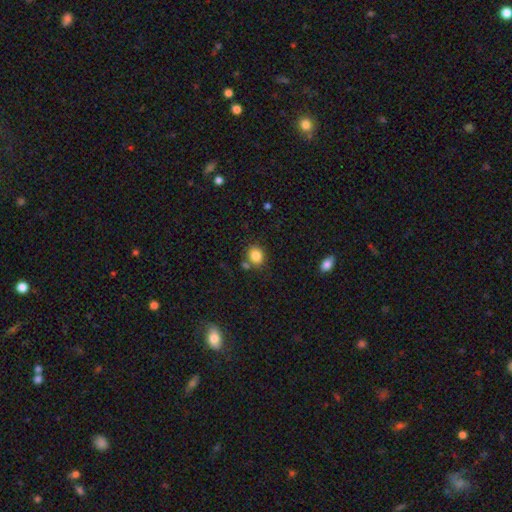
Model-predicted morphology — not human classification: type=smooth (85%); roundness=round (58%); merging=none (69%).